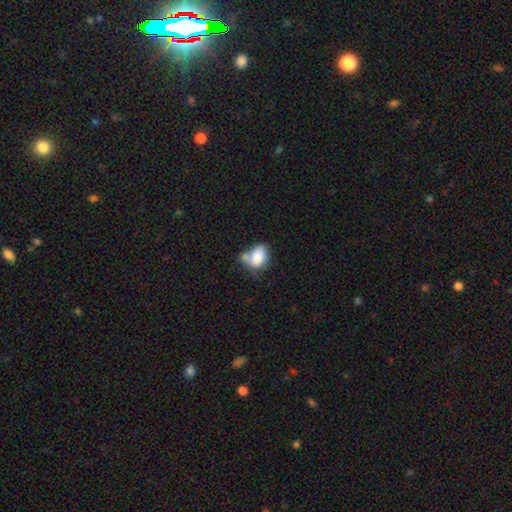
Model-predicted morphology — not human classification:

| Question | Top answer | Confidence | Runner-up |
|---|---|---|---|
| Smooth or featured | smooth | 80% | featured or disk (11%) |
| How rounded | in between | 80% | round (18%) |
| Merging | merger | 37% | none (31%) |